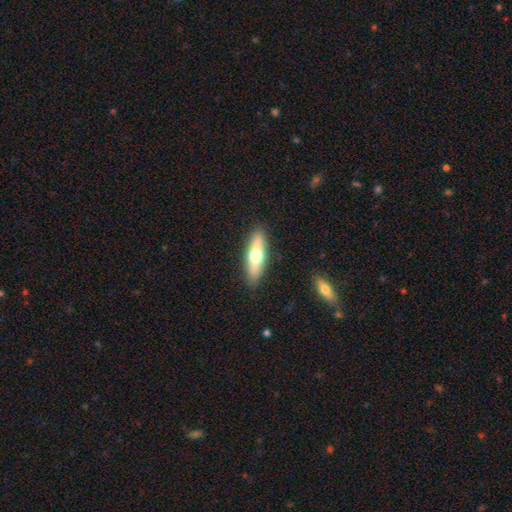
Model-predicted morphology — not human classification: The model was most divided on "how rounded": cigar-shaped: 55%, in between: 43%, round: 2%. More confident: merging — none (88%); smooth or featured — smooth (56%).